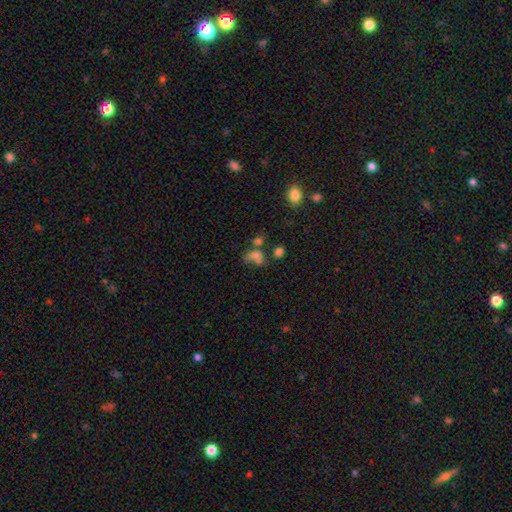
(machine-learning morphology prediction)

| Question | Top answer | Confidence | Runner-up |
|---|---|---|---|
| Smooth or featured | smooth | 61% | featured or disk (21%) |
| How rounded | in between | 68% | round (30%) |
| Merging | merger | 35% | major disturbance (25%) |